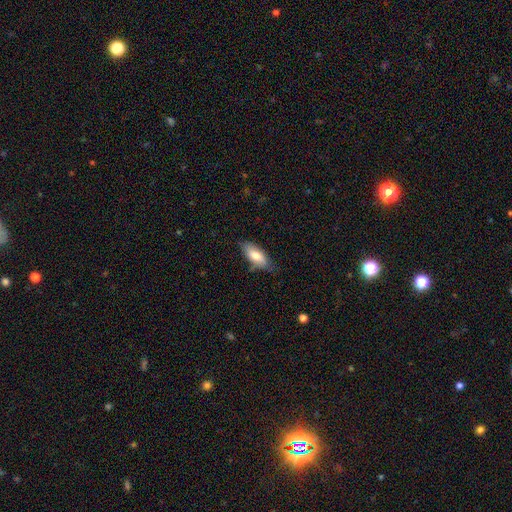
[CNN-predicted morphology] smooth_or_featured: smooth (p=0.79) [alt: featured or disk p=0.15]
how_rounded: in between (p=0.82) [alt: cigar-shaped p=0.16]
merging: none (p=0.75) [alt: minor disturbance p=0.20]